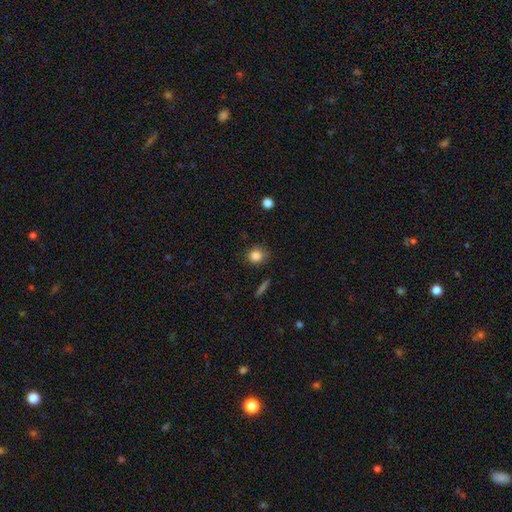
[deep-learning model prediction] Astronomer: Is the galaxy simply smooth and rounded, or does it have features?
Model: smooth — 83%.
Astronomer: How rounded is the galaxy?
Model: round — 79%.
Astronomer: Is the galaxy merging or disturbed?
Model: none — 81%.